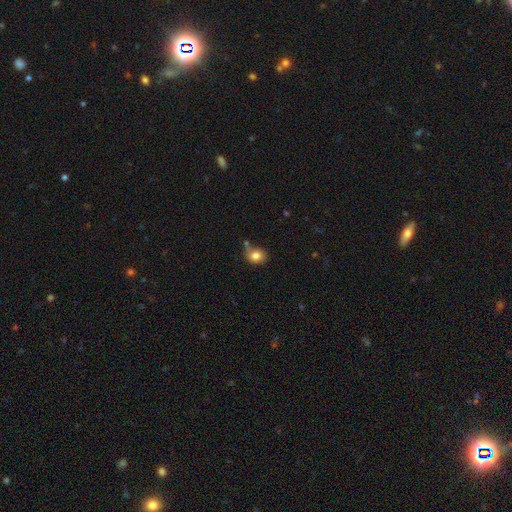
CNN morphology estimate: type=smooth (82%); roundness=round (55%); merging=none (59%).